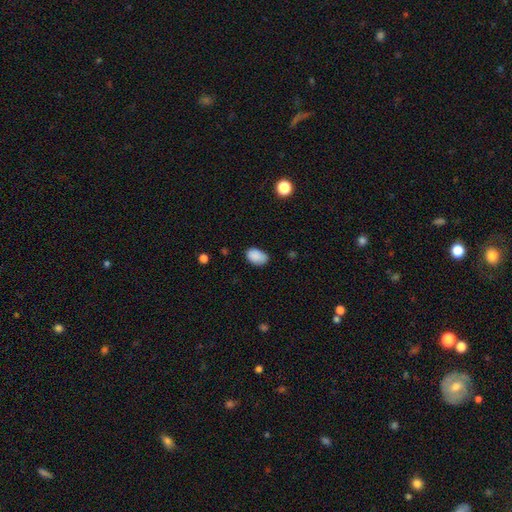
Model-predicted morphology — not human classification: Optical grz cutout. It shows a smooth galaxy with no disk features (88%) that is in between round and cigar-shaped (88%). Merging: none (68%).